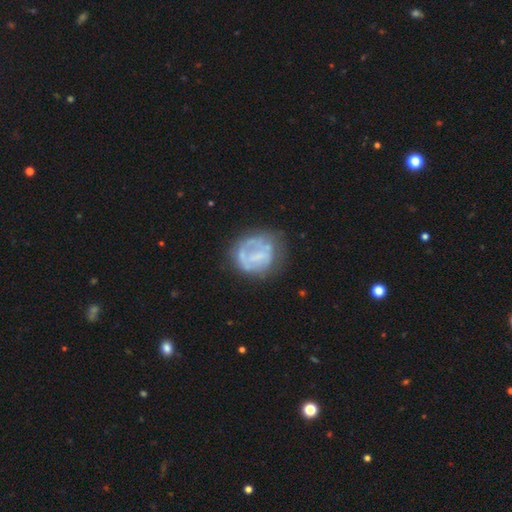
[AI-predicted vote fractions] Overall: featured or disk (56%; smooth 34%). Edge-on disk: no (98%). Bar: no (57%; weak 28%). Spiral arms: no (70%; yes 30%). Bulge size: none (60%; small 21%). Merging: none (51%; minor disturbance 24%).